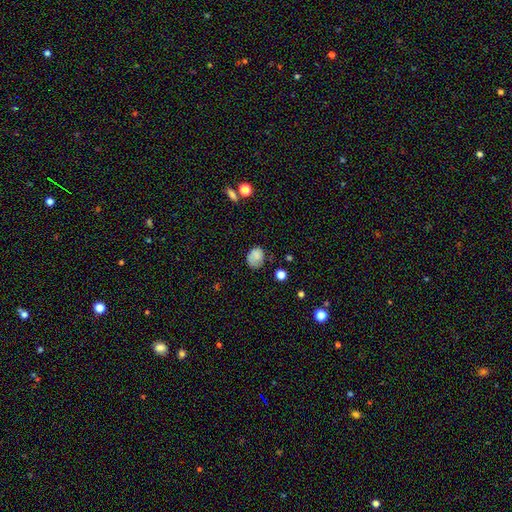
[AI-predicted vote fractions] smooth_or_featured: smooth (p=0.80) [alt: star or artifact p=0.10]
how_rounded: in between (p=0.50) [alt: round p=0.49]
merging: none (p=0.56) [alt: minor disturbance p=0.29]